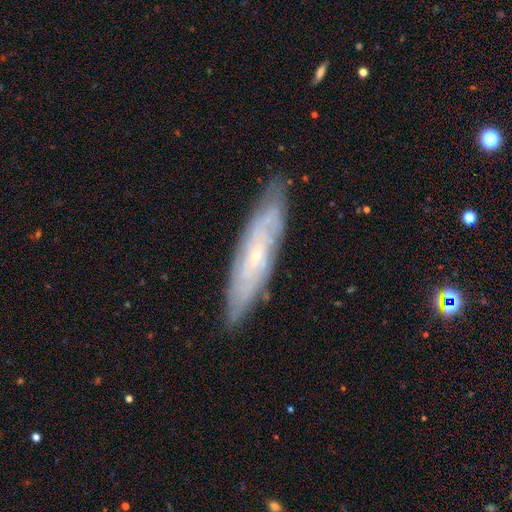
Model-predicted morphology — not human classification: This is likely a featured or disk galaxy (69%). It is likely not viewed edge-on (63%). Merging: clearly none (82%).